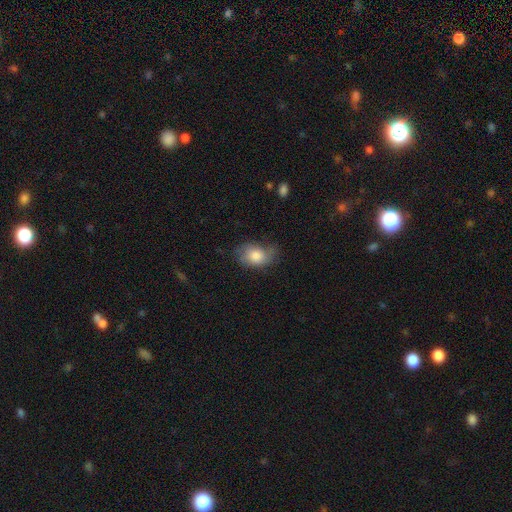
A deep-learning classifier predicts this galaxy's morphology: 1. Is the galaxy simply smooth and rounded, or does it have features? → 79% smooth, 14% featured or disk, 7% star or artifact.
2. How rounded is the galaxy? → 82% in between, 17% round, 1% cigar-shaped.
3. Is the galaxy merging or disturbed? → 52% none, 34% minor disturbance, 12% major disturbance, 2% merger.